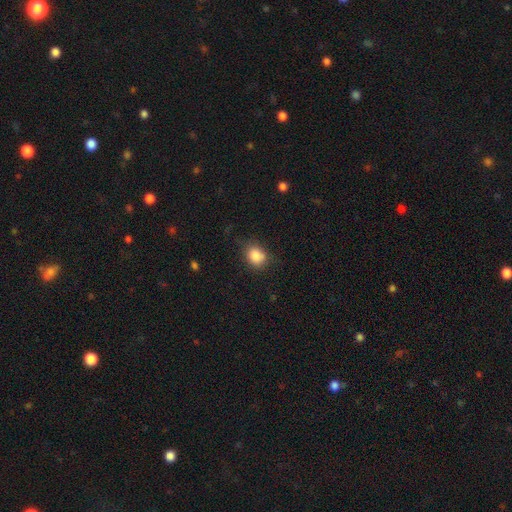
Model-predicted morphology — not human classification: smooth-or-featured: smooth: 85% | star or artifact: 9% | featured or disk: 6%
  how-rounded: round: 57% | in between: 42% | cigar-shaped: 1%
  merging: none: 72% | minor disturbance: 21% | major disturbance: 5% | merger: 2%